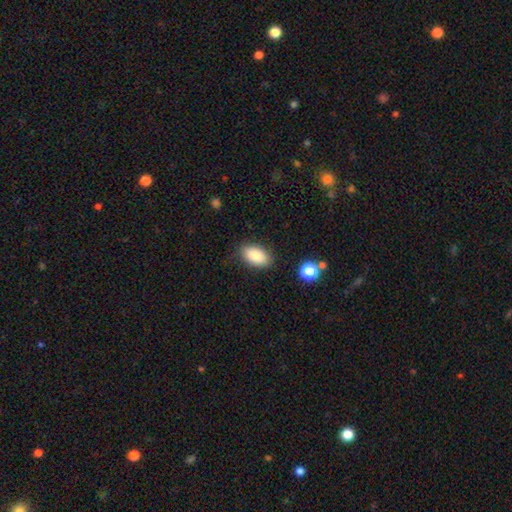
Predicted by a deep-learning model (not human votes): Smooth or featured?
  - smooth: 85% *
  - star or artifact: 8%
  - featured or disk: 7%
How rounded?
  - in between: 93% *
  - round: 6%
  - cigar-shaped: 2%
Merging?
  - none: 84% *
  - minor disturbance: 11%
  - major disturbance: 3%
  - merger: 2%